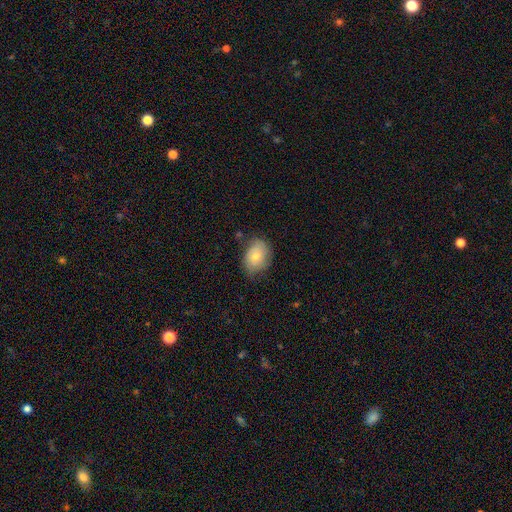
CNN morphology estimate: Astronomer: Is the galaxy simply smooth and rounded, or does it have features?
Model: smooth — 73%.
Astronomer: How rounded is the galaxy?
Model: in between — 70%.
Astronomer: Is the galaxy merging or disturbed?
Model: none — 65%.